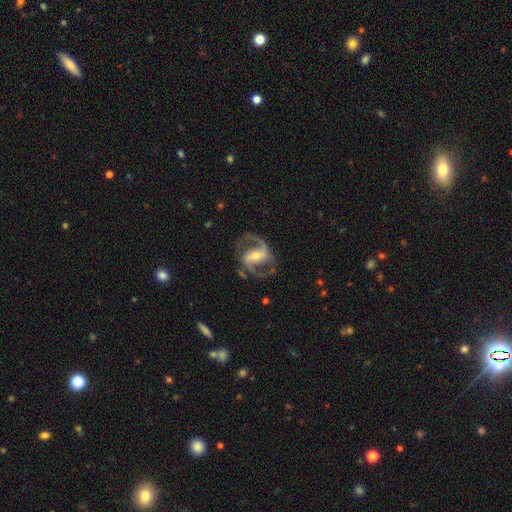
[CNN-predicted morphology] type=featured or disk (91%); edge-on=no (97%); bar=strong (46%); spiral arms=yes (97%); winding=medium (58%); arm count=2 (92%); bulge=moderate (49%); merging=none (77%).